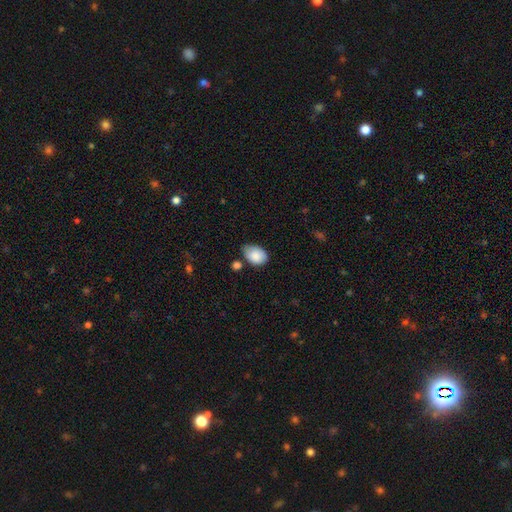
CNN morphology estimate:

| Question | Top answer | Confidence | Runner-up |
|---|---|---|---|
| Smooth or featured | smooth | 85% | featured or disk (8%) |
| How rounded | in between | 80% | round (19%) |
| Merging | none | 49% | minor disturbance (36%) |